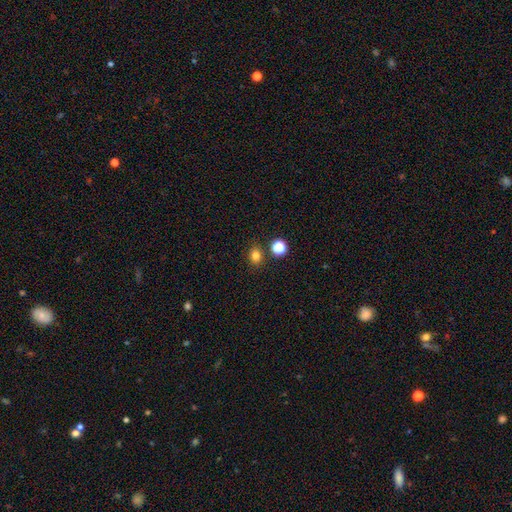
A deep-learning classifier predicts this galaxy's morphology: This appears to be a smooth galaxy with no disk features (79%) that is round (61%). Merging: none (82%).